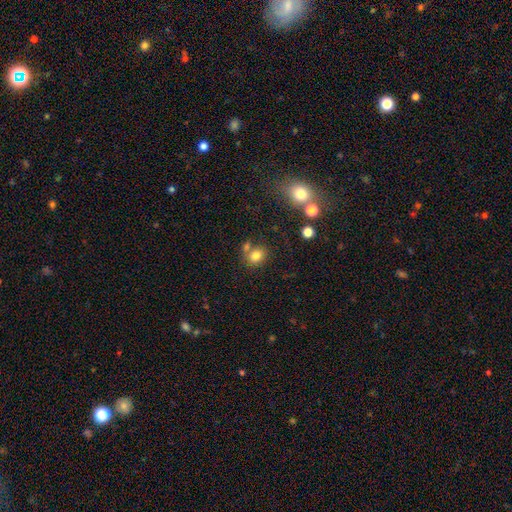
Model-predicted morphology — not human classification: A smooth galaxy with no disk features (79%) that is round (56%). Merging: none (58%).